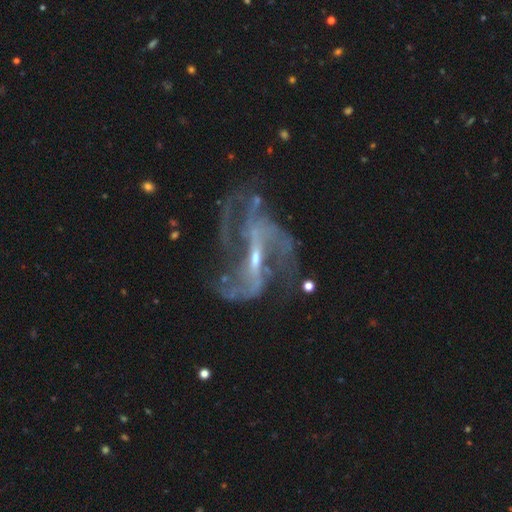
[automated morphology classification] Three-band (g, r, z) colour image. It shows a featured or disk galaxy (89%) with a strong bar (50%), 2 (36%) medium (43%) spiral arms (93%) and a small central bulge (72%). Merging: none (48%).